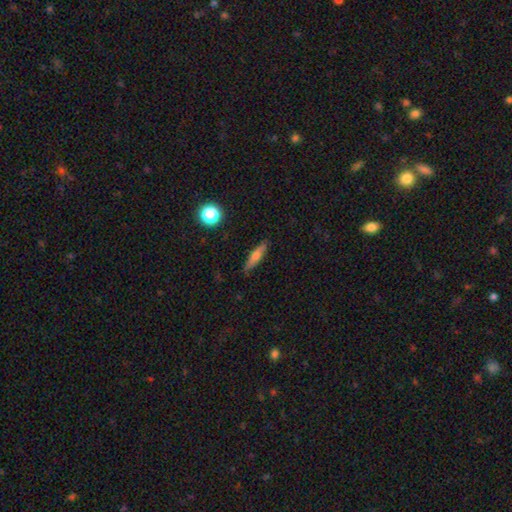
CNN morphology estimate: smooth 59%, featured or disk 32%, star or artifact 9%. Down the decision tree: how rounded — cigar-shaped (78%); merging — none (88%).